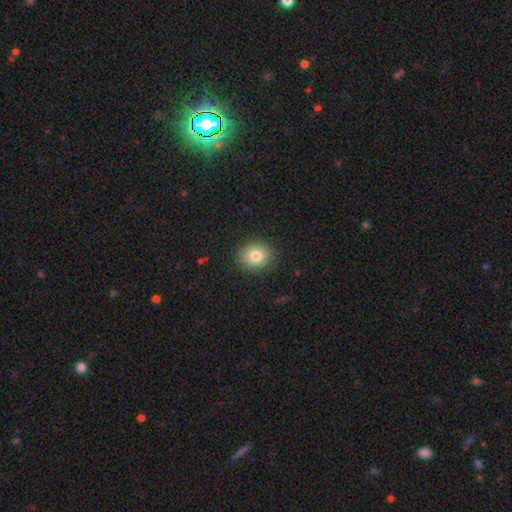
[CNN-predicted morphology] Smooth or featured?
  - smooth: 82% *
  - star or artifact: 10%
  - featured or disk: 8%
How rounded?
  - round: 65% *
  - in between: 34%
  - cigar-shaped: 1%
Merging?
  - none: 88% *
  - minor disturbance: 8%
  - major disturbance: 2%
  - merger: 1%